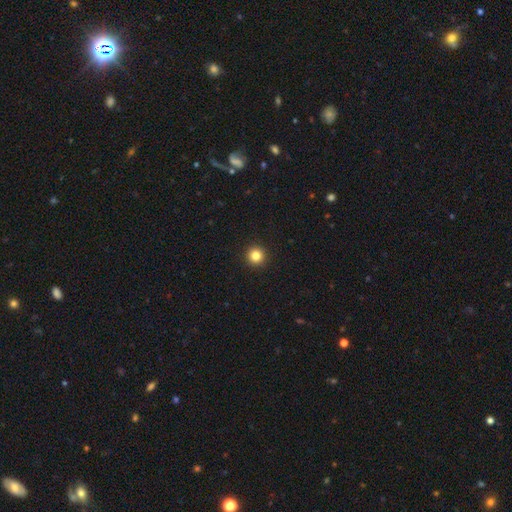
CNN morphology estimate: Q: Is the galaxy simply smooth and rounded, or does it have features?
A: smooth — 83%.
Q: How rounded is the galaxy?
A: round — 96%.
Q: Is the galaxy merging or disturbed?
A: none — 94%.